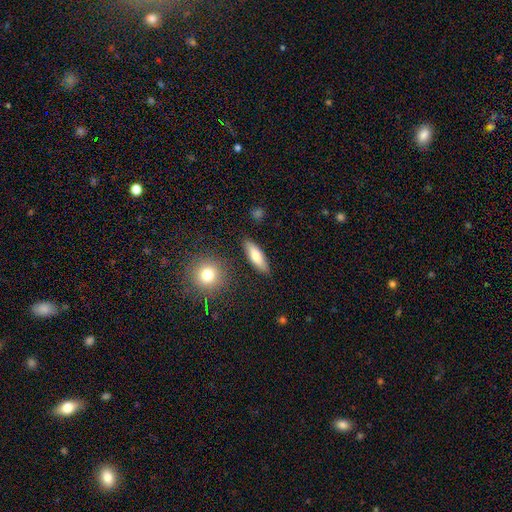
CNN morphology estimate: This is likely a smooth galaxy (73%). How rounded: possibly in between (52%). Merging: clearly none (86%).